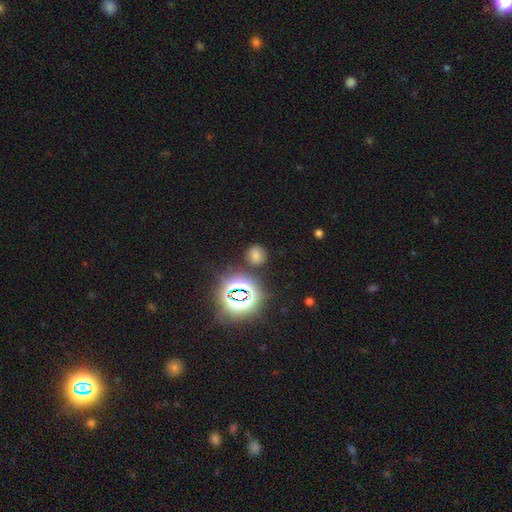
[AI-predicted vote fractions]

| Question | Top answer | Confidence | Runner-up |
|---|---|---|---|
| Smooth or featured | smooth | 62% | star or artifact (30%) |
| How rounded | round | 74% | in between (25%) |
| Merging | none | 80% | minor disturbance (12%) |